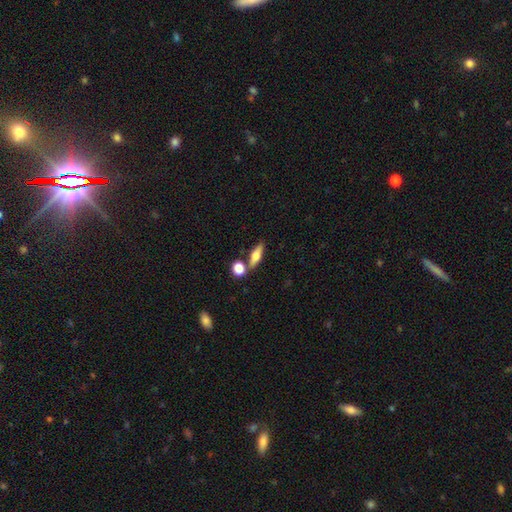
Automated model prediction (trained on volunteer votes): smooth 63%, featured or disk 29%, star or artifact 8%. Down the decision tree: how rounded — in between (50%); merging — none (68%).